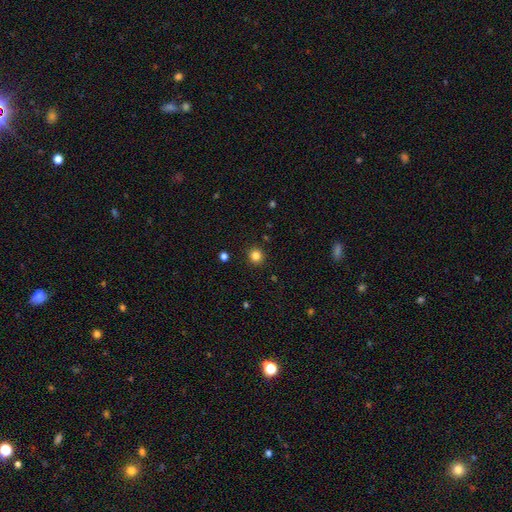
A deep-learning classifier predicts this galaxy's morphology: A smooth galaxy with no disk features (83%) that is round (93%).

Vote fractions:
- Smooth or featured? smooth: 83% / star or artifact: 13% / featured or disk: 4%
- How rounded? round: 93% / in between: 6% / cigar-shaped: 1%
- Merging? none: 92% / minor disturbance: 5% / major disturbance: 2% / merger: 1%